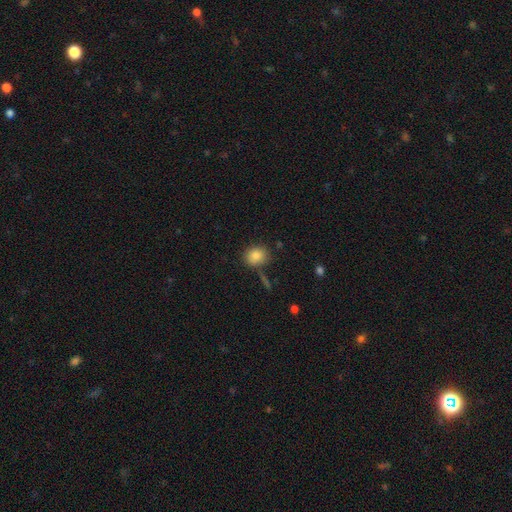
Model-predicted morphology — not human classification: Smooth or featured: smooth — 83% (star or artifact — 9%)
How rounded: round — 70% (in between — 29%)
Merging: none — 75% (minor disturbance — 13%)